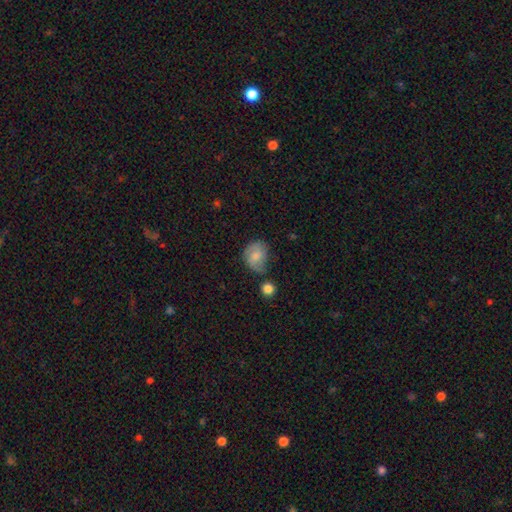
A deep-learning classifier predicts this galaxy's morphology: Smooth or featured: smooth — 62% (featured or disk — 29%)
How rounded: round — 53% (in between — 46%)
Merging: none — 47% (minor disturbance — 32%)